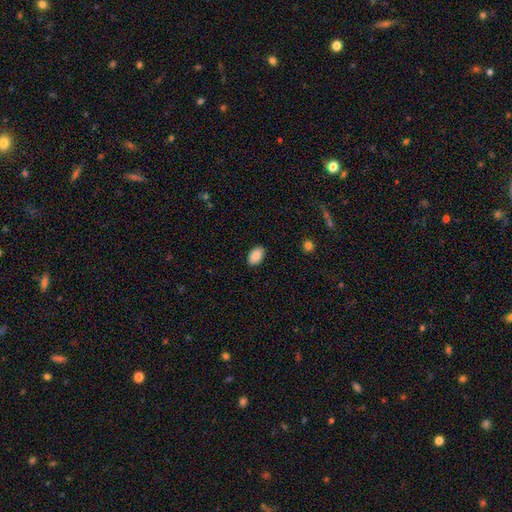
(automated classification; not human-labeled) smooth 90%, star or artifact 7%, featured or disk 3%. Down the decision tree: how rounded — in between (92%); merging — none (89%).